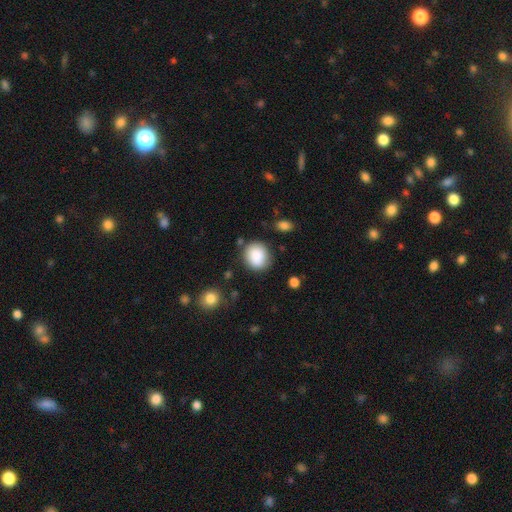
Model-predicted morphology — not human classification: Overall: smooth (87%). How rounded: round (74%). Merging: none (79%).